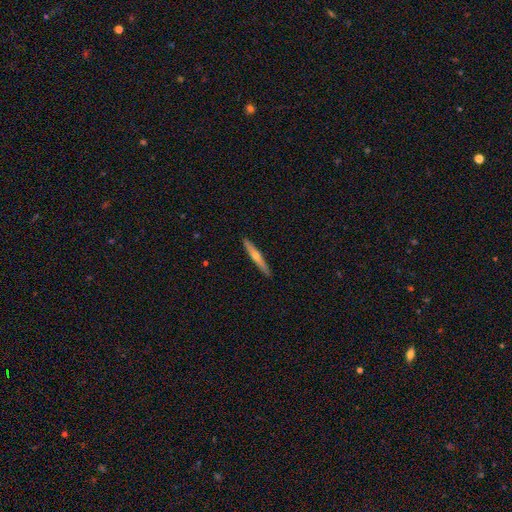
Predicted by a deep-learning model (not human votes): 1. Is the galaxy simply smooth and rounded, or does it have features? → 62% featured or disk, 32% smooth, 6% star or artifact.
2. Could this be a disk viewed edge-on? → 96% yes, 4% no.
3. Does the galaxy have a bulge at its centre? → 85% rounded, 12% none, 2% boxy.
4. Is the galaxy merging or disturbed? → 92% none, 6% minor disturbance, 1% major disturbance, 1% merger.